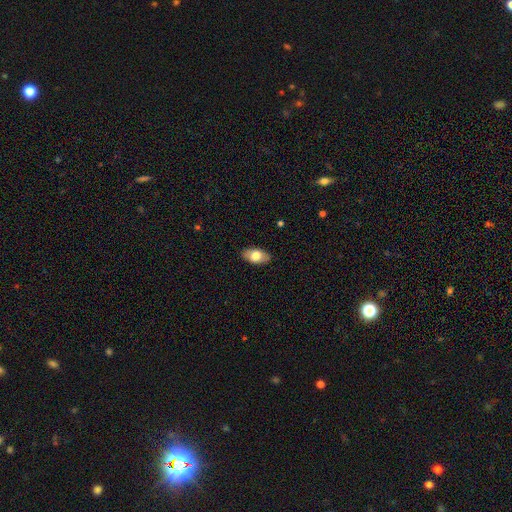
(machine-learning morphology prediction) Smooth or featured? smooth (73%)
How rounded? in between (93%)
Merging? none (88%)